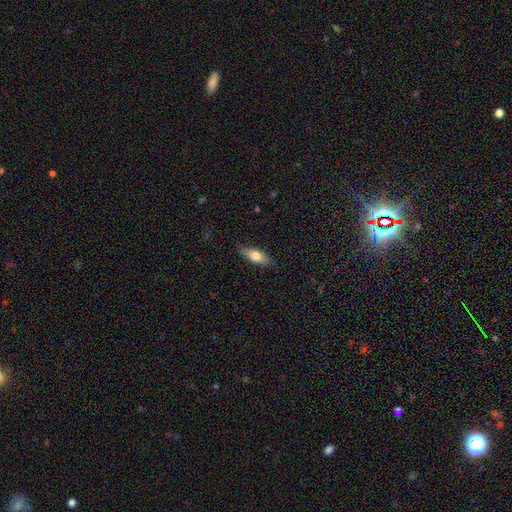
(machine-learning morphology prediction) Smooth or featured: smooth — 68% (featured or disk — 26%)
How rounded: in between — 69% (cigar-shaped — 29%)
Merging: none — 81% (minor disturbance — 15%)